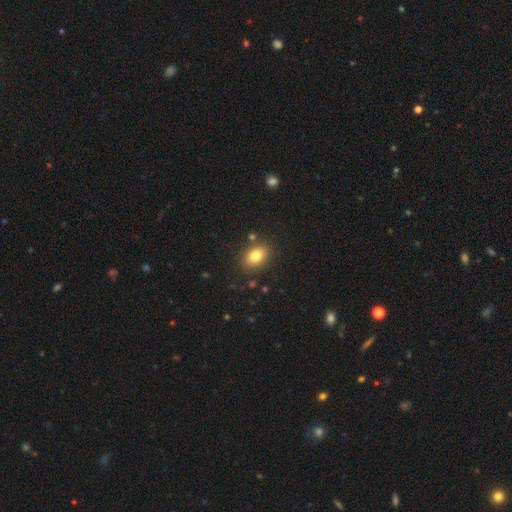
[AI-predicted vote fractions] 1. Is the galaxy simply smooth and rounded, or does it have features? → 80% smooth, 10% star or artifact, 10% featured or disk.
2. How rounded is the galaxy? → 77% in between, 22% round, 1% cigar-shaped.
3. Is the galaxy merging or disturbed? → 83% none, 11% minor disturbance, 4% merger, 3% major disturbance.